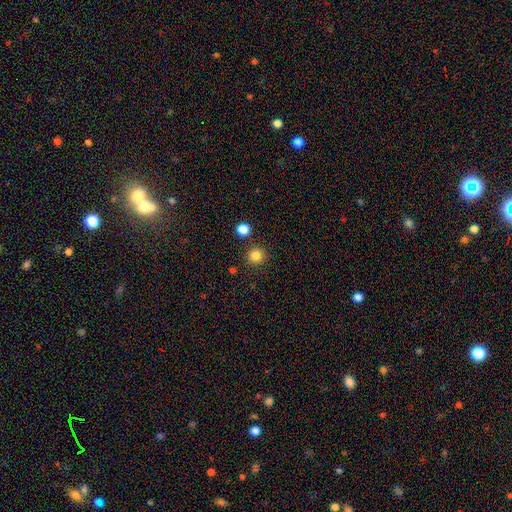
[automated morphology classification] Smooth or featured: smooth — 84% (star or artifact — 12%)
How rounded: round — 94% (in between — 5%)
Merging: none — 88% (minor disturbance — 6%)